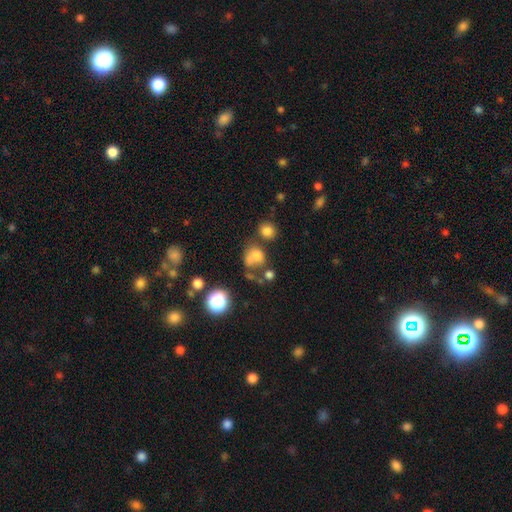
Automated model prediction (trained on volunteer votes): The model was most divided on "merging": none: 34%, merger: 28%, major disturbance: 20%, minor disturbance: 18%. More confident: smooth or featured — smooth (66%); how rounded — round (60%).